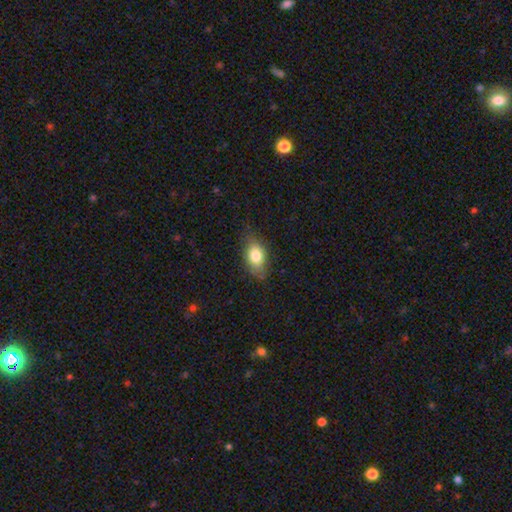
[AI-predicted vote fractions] Smooth or featured?
  - smooth: 78% *
  - featured or disk: 14%
  - star or artifact: 8%
How rounded?
  - in between: 84% *
  - round: 12%
  - cigar-shaped: 4%
Merging?
  - none: 69% *
  - minor disturbance: 24%
  - major disturbance: 6%
  - merger: 1%